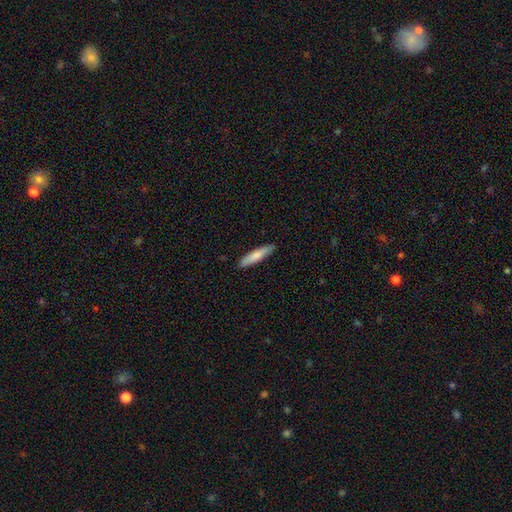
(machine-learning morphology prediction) This is likely a smooth galaxy (77%). How rounded: clearly cigar-shaped (85%). Merging: clearly none (89%).